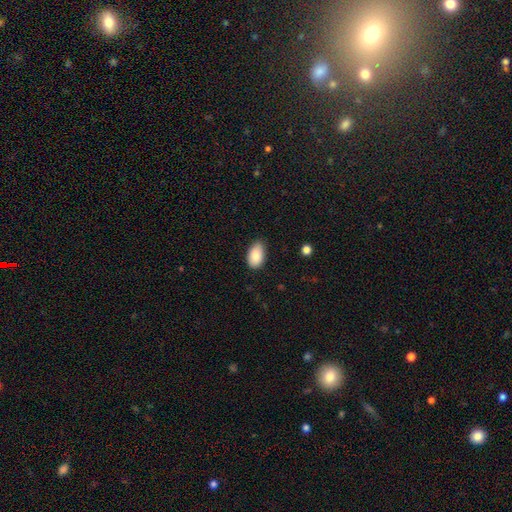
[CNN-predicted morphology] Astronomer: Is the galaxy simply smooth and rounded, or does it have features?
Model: smooth — 87%.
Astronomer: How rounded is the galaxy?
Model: in between — 93%.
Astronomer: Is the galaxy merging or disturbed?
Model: none — 78%.